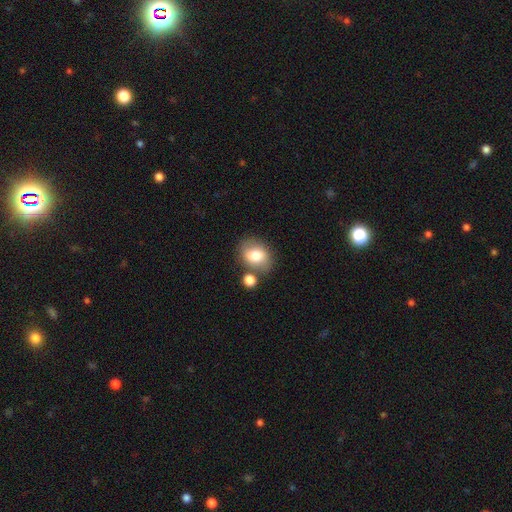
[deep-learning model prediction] Morphology: type=smooth (73%); roundness=in between (57%); merging=none (66%).